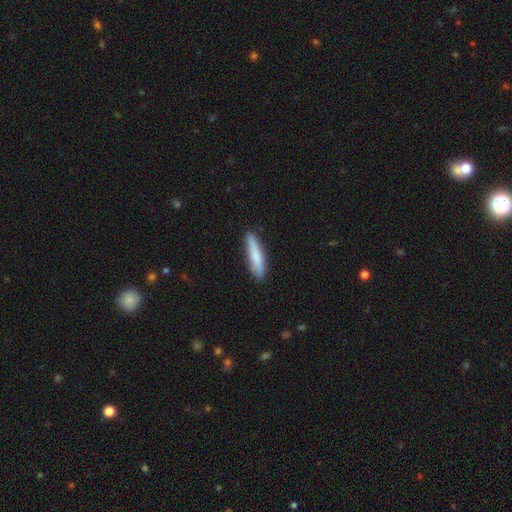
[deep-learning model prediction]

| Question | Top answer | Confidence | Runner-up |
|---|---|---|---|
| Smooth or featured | smooth | 76% | featured or disk (19%) |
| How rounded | cigar-shaped | 85% | in between (13%) |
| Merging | none | 84% | minor disturbance (13%) |